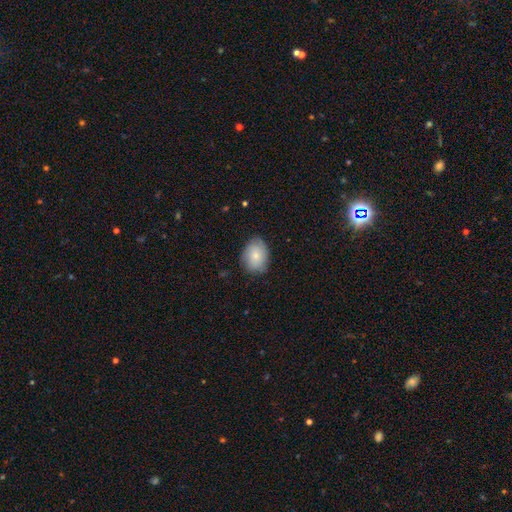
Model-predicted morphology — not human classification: A smooth galaxy with no disk features (76%) that is in between round and cigar-shaped (68%). Merging: none (76%).